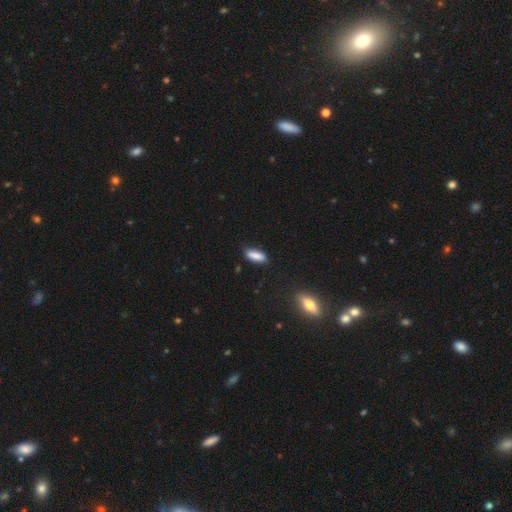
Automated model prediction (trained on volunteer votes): Smooth or featured? smooth (88%)
How rounded? in between (71%)
Merging? none (84%)